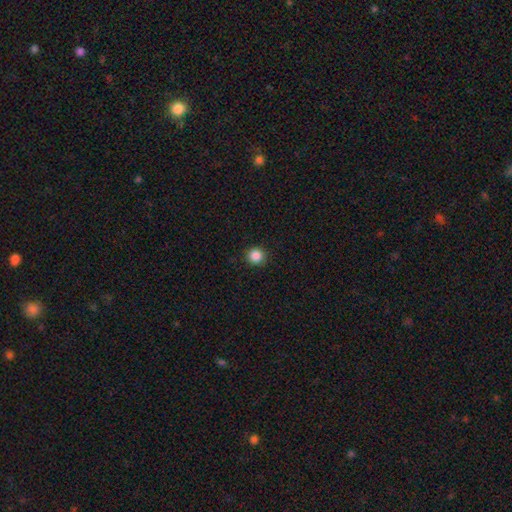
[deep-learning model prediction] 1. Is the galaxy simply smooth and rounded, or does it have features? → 86% smooth, 11% star or artifact, 3% featured or disk.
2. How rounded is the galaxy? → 94% round, 5% in between, 1% cigar-shaped.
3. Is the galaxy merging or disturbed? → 91% none, 6% minor disturbance, 2% major disturbance, 1% merger.